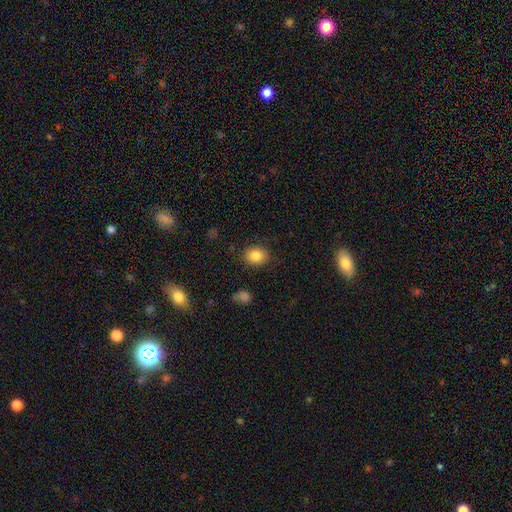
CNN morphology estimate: This appears to be a smooth galaxy with no disk features (84%) that is round (54%). Merging: none (86%).